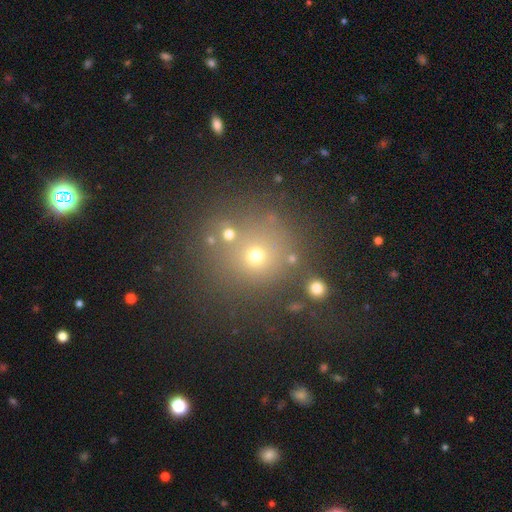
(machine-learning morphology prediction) This is possibly a smooth galaxy (56%). How rounded: clearly round (92%). Merging: likely none (74%).